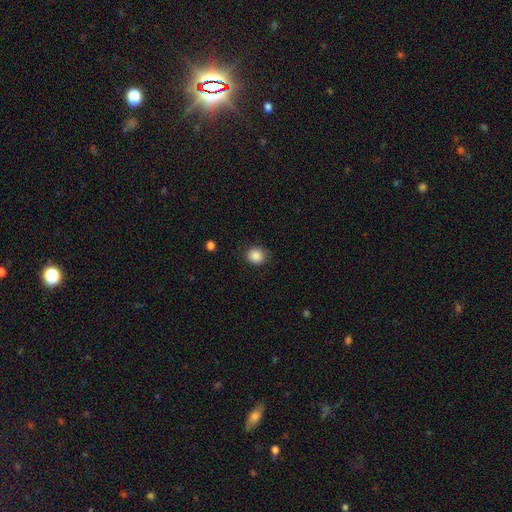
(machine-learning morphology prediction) Smooth or featured?
  - smooth: 87% *
  - star or artifact: 9%
  - featured or disk: 3%
How rounded?
  - round: 81% *
  - in between: 18%
  - cigar-shaped: 1%
Merging?
  - none: 86% *
  - minor disturbance: 10%
  - major disturbance: 3%
  - merger: 1%